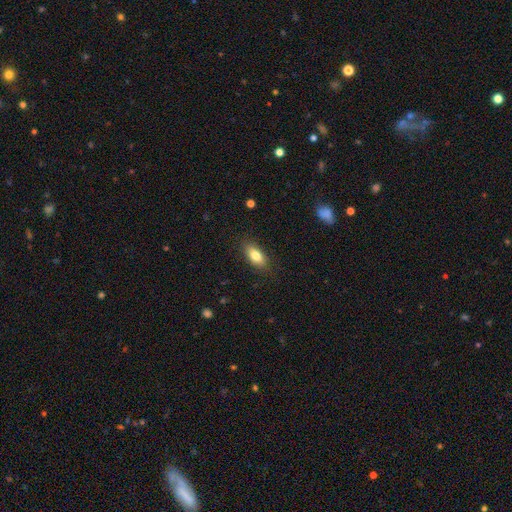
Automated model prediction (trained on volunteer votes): Smooth or featured: smooth — 81% (featured or disk — 11%)
How rounded: in between — 85% (cigar-shaped — 11%)
Merging: none — 85% (minor disturbance — 11%)